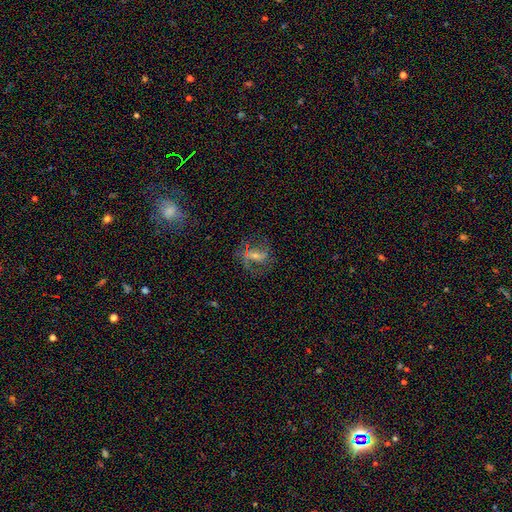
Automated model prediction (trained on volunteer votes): The model was most divided on "bulge size": small: 51%, moderate: 38%, none: 6%, large: 4%, dominant: 2%. Remaining: edge-on disk — no (96%); spiral arms — yes (89%); spiral arm count — 2 (81%); smooth or featured — featured or disk (71%); merging — none (68%); spiral winding — medium (49%); bar — weak (44%).